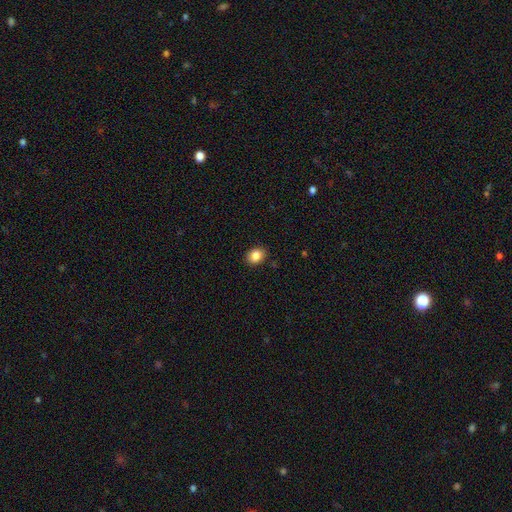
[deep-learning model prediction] smooth-or-featured: smooth: 85% | star or artifact: 9% | featured or disk: 6%
  how-rounded: in between: 55% | round: 44% | cigar-shaped: 1%
  merging: none: 90% | minor disturbance: 7% | major disturbance: 2% | merger: 1%